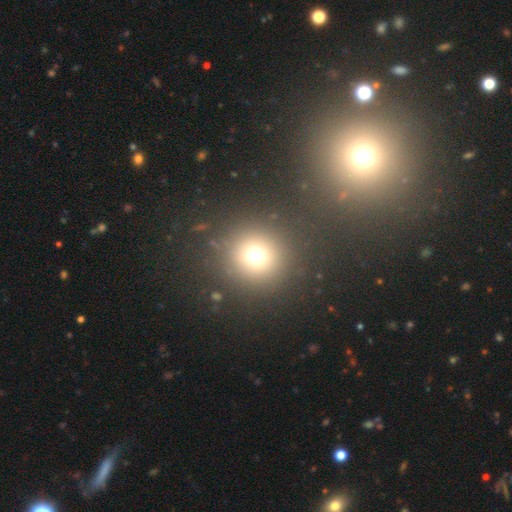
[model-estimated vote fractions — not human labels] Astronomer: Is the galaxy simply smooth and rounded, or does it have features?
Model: smooth — 69%.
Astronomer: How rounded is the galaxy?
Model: round — 95%.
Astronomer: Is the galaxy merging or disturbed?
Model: none — 86%.